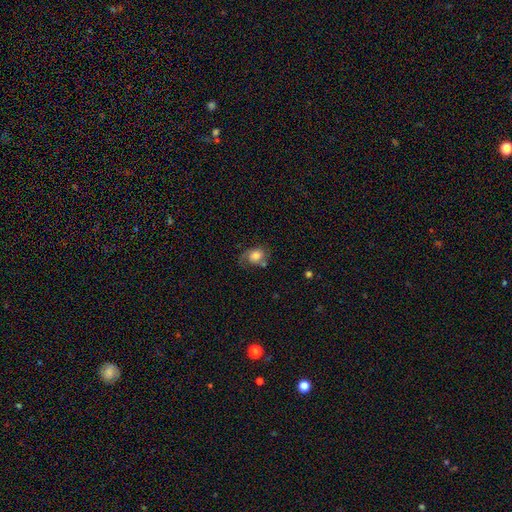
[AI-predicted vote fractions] Q: Smooth or featured?
A: smooth (50%); runner-up: featured or disk (40%)
Q: Merging?
A: none (53%); runner-up: minor disturbance (25%)